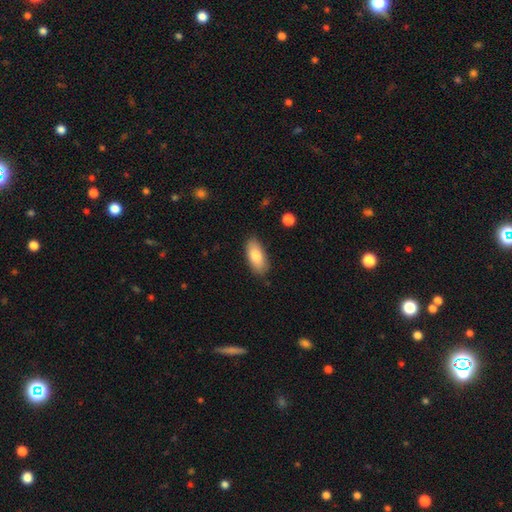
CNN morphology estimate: smooth_or_featured: smooth (p=0.82) [alt: featured or disk p=0.12]
how_rounded: in between (p=0.86) [alt: cigar-shaped p=0.12]
merging: none (p=0.85) [alt: minor disturbance p=0.11]